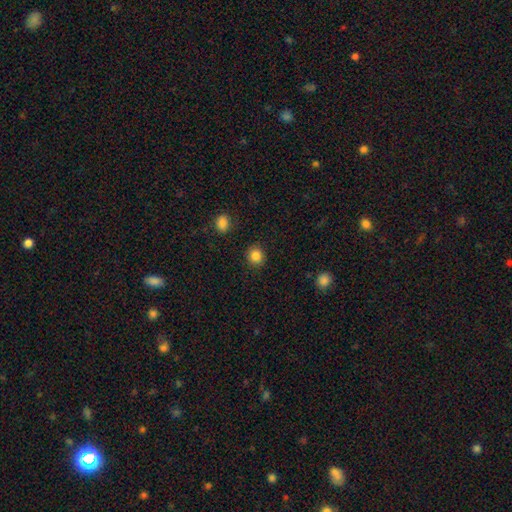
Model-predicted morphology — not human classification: type=smooth (85%); roundness=round (84%); merging=none (89%).